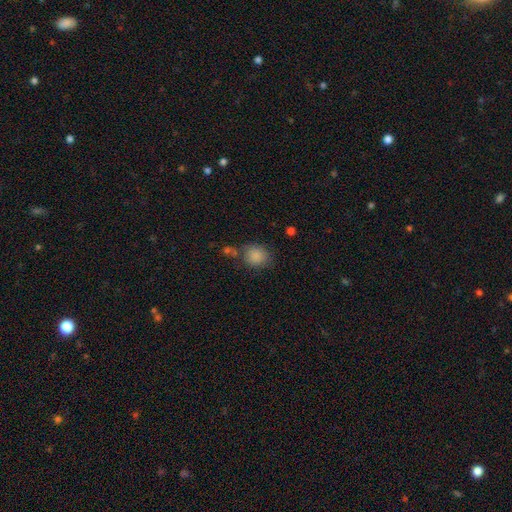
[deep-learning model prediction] Smooth or featured?
  - smooth: 86% *
  - star or artifact: 9%
  - featured or disk: 5%
How rounded?
  - round: 70% *
  - in between: 29%
  - cigar-shaped: 1%
Merging?
  - none: 69% *
  - minor disturbance: 16%
  - merger: 9%
  - major disturbance: 6%